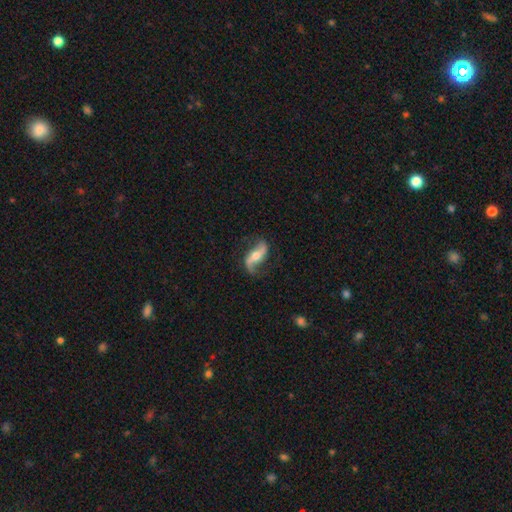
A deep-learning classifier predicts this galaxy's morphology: Smooth or featured?
  - featured or disk: 79% *
  - smooth: 15%
  - star or artifact: 6%
Edge-on disk?
  - no: 91% *
  - yes: 9%
Bar?
  - no: 36% *
  - strong: 35%
  - weak: 29%
Spiral arms?
  - yes: 93% *
  - no: 7%
Spiral winding?
  - loose: 78% *
  - medium: 16%
  - tight: 6%
Spiral arm count?
  - 2: 91% *
  - 1: 4%
  - can't tell: 2%
  - 3: 1%
  - 4: 1%
  - more than 4: 1%
Bulge size?
  - moderate: 60% *
  - small: 30%
  - large: 6%
  - none: 2%
  - dominant: 1%
Merging?
  - none: 75% *
  - minor disturbance: 16%
  - major disturbance: 7%
  - merger: 2%